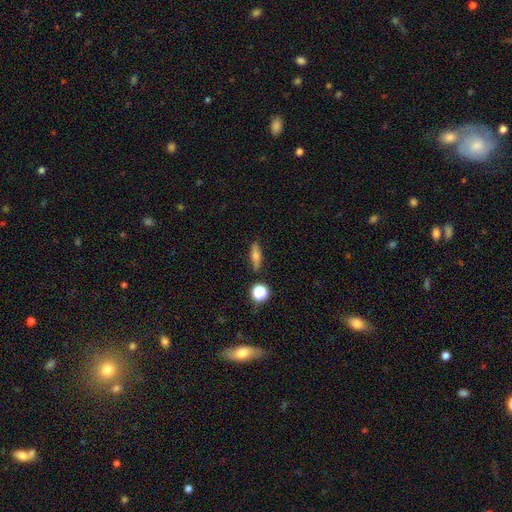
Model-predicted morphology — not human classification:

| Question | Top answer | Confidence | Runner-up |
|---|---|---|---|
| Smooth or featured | smooth | 54% | featured or disk (34%) |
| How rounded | cigar-shaped | 50% | in between (41%) |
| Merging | none | 85% | minor disturbance (10%) |